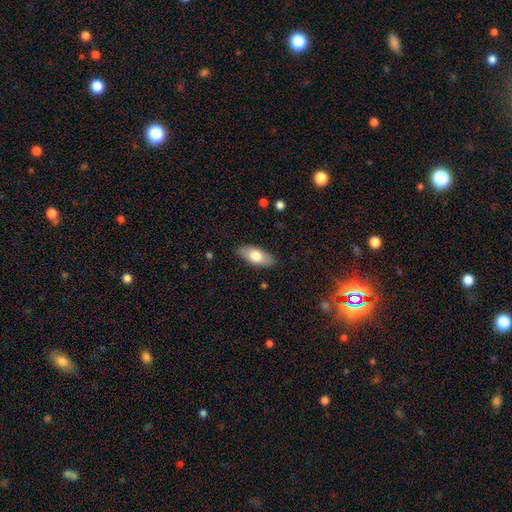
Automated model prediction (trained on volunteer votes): Smooth or featured? Predicted: smooth (p=0.73). How rounded? Predicted: in between (p=0.86). Merging? Predicted: none (p=0.87).